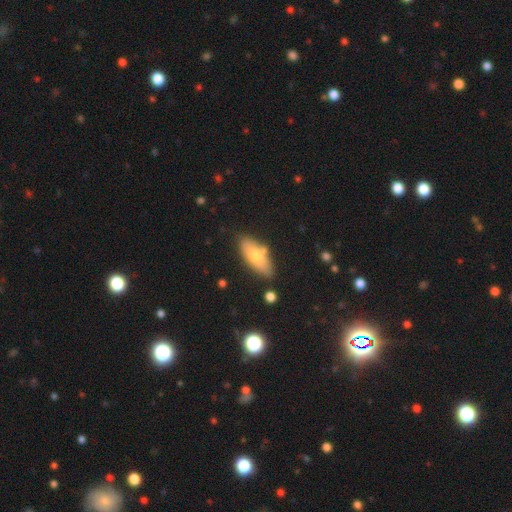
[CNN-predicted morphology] This is likely a smooth galaxy (67%). How rounded: likely in between (77%). Merging: likely none (74%).